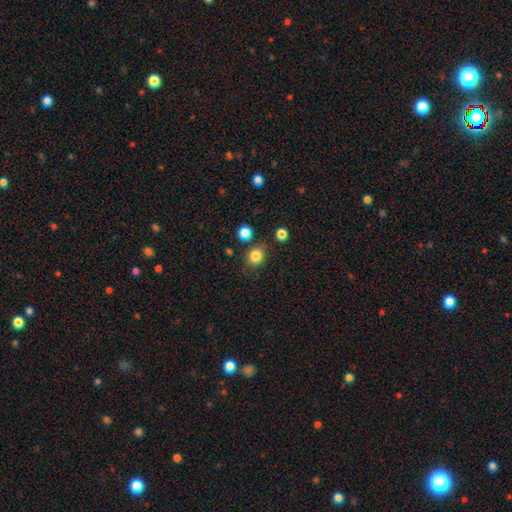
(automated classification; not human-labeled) smooth-or-featured: smooth: 83% | star or artifact: 11% | featured or disk: 5%
  how-rounded: round: 79% | in between: 20% | cigar-shaped: 1%
  merging: none: 77% | minor disturbance: 13% | merger: 6% | major disturbance: 4%